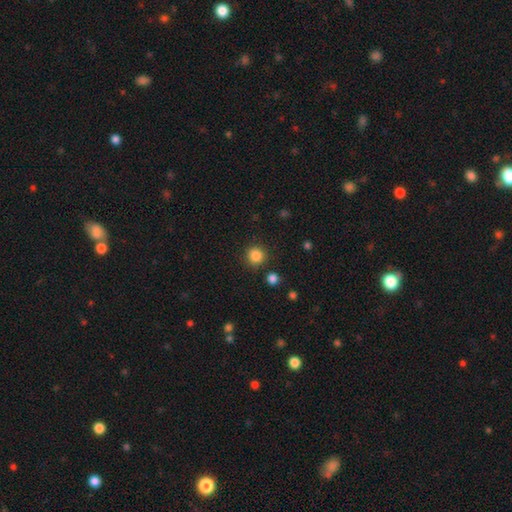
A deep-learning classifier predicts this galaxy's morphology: Overall: smooth (85%). How rounded: round (93%). Merging: none (88%).